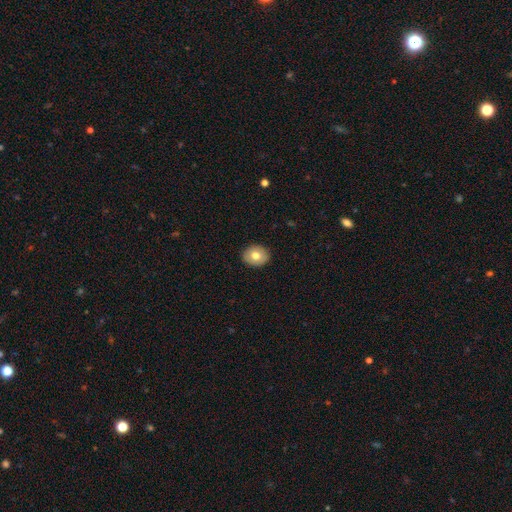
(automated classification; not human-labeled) Smooth or featured: smooth — 73% (featured or disk — 19%)
How rounded: round — 59% (in between — 40%)
Merging: none — 90% (minor disturbance — 7%)